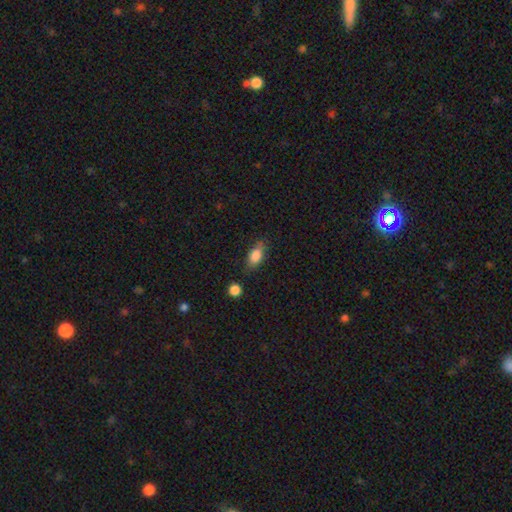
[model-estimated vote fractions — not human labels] smooth-or-featured: smooth: 82% | featured or disk: 10% | star or artifact: 8%
  how-rounded: in between: 83% | cigar-shaped: 10% | round: 7%
  merging: none: 73% | minor disturbance: 18% | major disturbance: 5% | merger: 3%